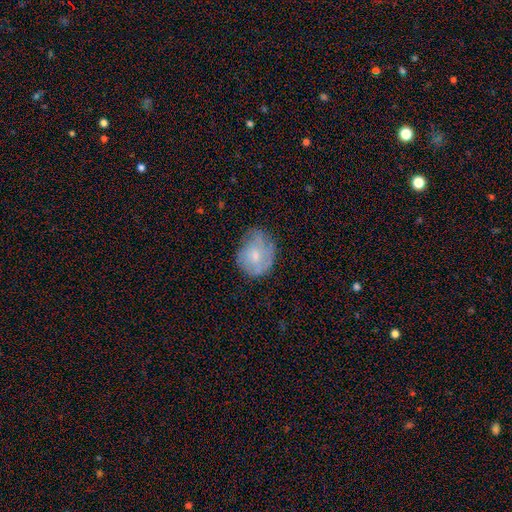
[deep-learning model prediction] This is possibly a smooth galaxy (49%). Merging: possibly none (53%).